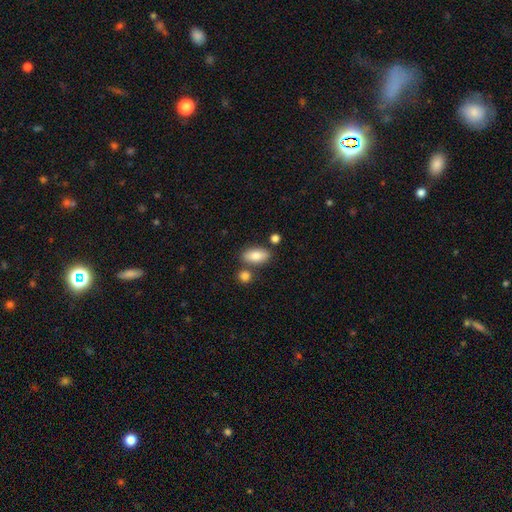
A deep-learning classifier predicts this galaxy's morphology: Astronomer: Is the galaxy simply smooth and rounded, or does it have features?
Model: smooth — 83%.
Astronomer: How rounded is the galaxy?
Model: in between — 87%.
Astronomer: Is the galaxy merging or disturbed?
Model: none — 74%.